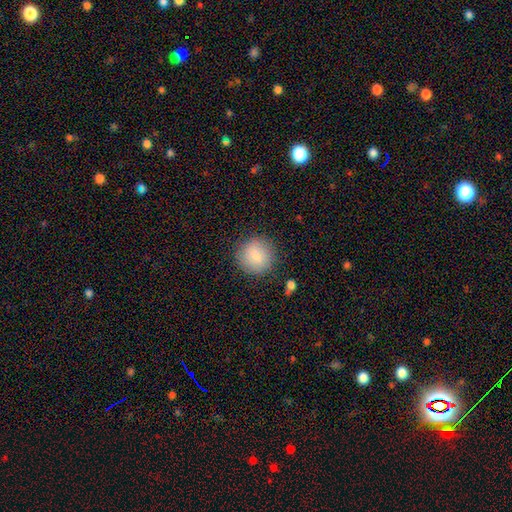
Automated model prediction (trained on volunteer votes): Q: Smooth or featured?
A: smooth (86%); runner-up: star or artifact (8%)
Q: How rounded?
A: round (93%); runner-up: in between (6%)
Q: Merging?
A: none (87%); runner-up: minor disturbance (8%)